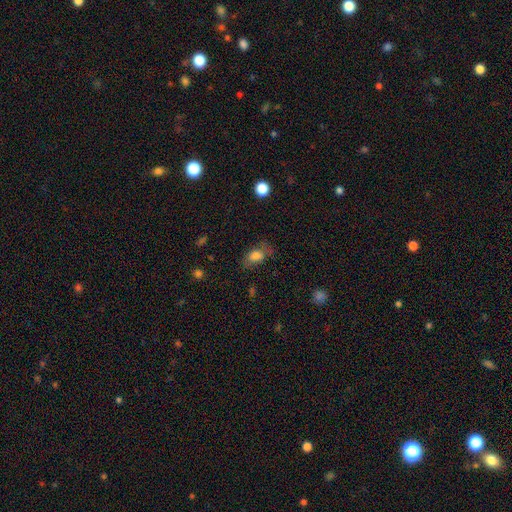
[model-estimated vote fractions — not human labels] A smooth galaxy with no disk features (74%) that is in between round and cigar-shaped (85%). Merging: none (59%).